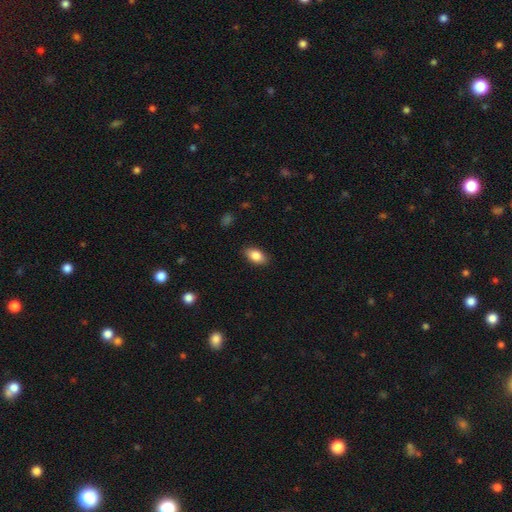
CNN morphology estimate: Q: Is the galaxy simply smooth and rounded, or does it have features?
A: smooth — 85%.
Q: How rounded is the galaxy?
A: in between — 91%.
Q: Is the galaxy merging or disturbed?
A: none — 87%.